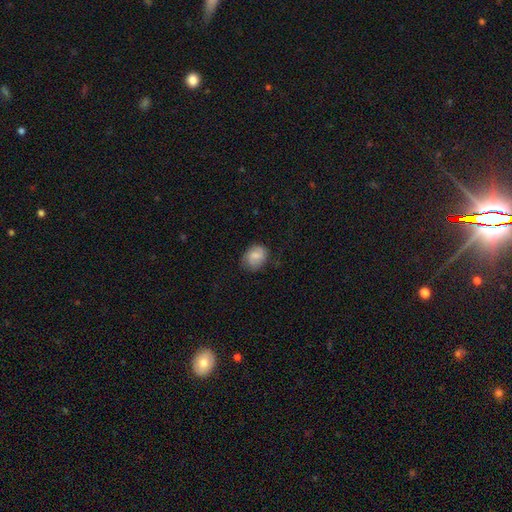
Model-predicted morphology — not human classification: This is likely a smooth galaxy (76%). How rounded: possibly in between (57%). Merging: likely none (69%).